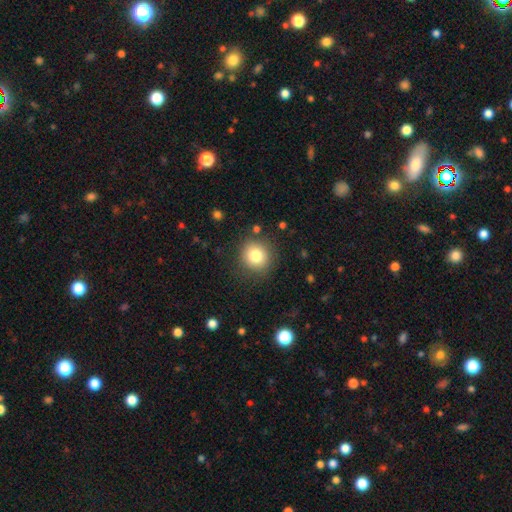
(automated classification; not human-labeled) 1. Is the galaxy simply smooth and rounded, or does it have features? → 80% smooth, 11% star or artifact, 9% featured or disk.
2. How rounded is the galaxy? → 91% round, 8% in between, 1% cigar-shaped.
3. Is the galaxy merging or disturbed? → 85% none, 10% minor disturbance, 4% major disturbance, 2% merger.